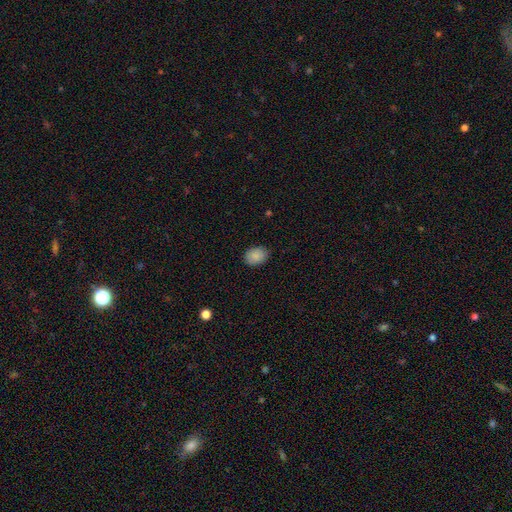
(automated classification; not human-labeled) Q: Smooth or featured?
A: smooth (88%); runner-up: star or artifact (8%)
Q: How rounded?
A: in between (65%); runner-up: round (34%)
Q: Merging?
A: none (83%); runner-up: minor disturbance (13%)